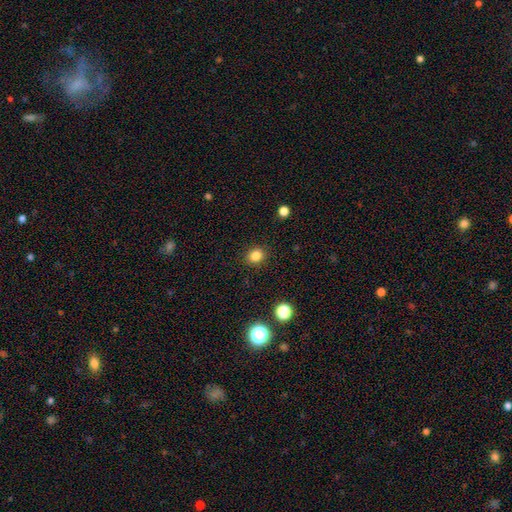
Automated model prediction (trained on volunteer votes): Smooth or featured: smooth — 83% (star or artifact — 13%)
How rounded: round — 68% (in between — 31%)
Merging: none — 89% (minor disturbance — 7%)